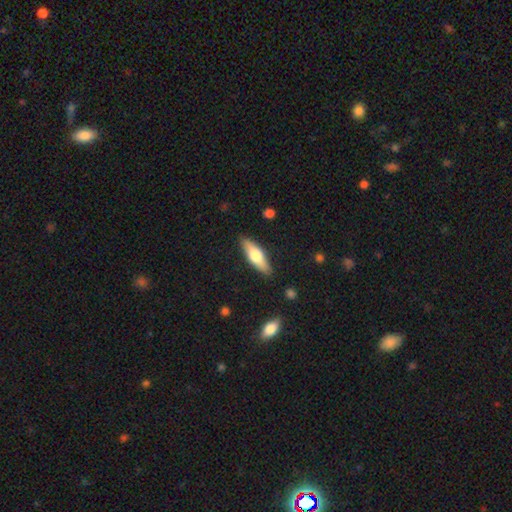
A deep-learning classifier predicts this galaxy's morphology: type=smooth (56%); roundness=cigar-shaped (49%, tied with in between); merging=none (88%).